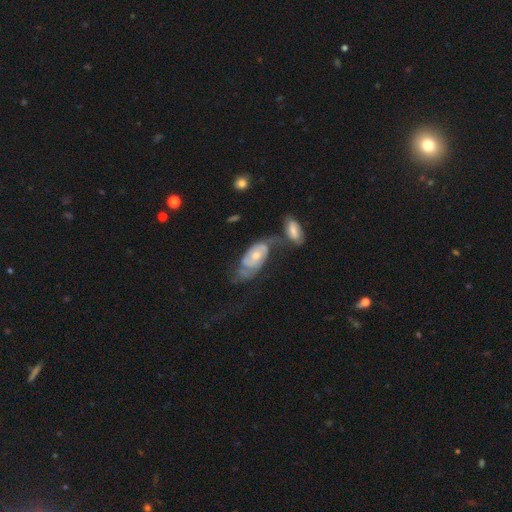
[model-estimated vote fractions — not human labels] A featured or disk galaxy (77%) with no bar (74%), 2 (58%) tight (55%) spiral arms (88%) and a moderate central bulge (50%). Merging: none (36%).